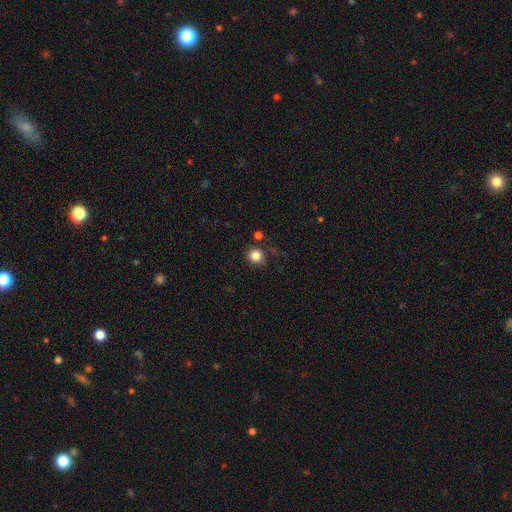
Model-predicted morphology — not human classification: Smooth or featured?
  - smooth: 84% *
  - star or artifact: 11%
  - featured or disk: 5%
How rounded?
  - round: 91% *
  - in between: 8%
  - cigar-shaped: 1%
Merging?
  - none: 83% *
  - minor disturbance: 9%
  - merger: 5%
  - major disturbance: 3%